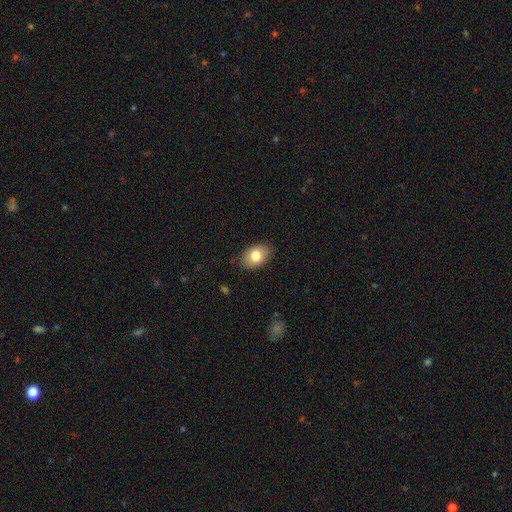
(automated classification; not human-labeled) Q: Smooth or featured?
A: smooth (79%); runner-up: featured or disk (13%)
Q: How rounded?
A: in between (82%); runner-up: round (17%)
Q: Merging?
A: none (83%); runner-up: minor disturbance (13%)